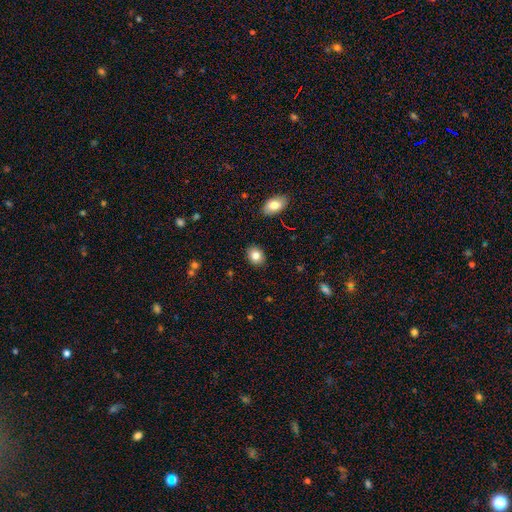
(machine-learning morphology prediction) Smooth or featured? smooth (82%)
How rounded? in between (57%)
Merging? none (89%)